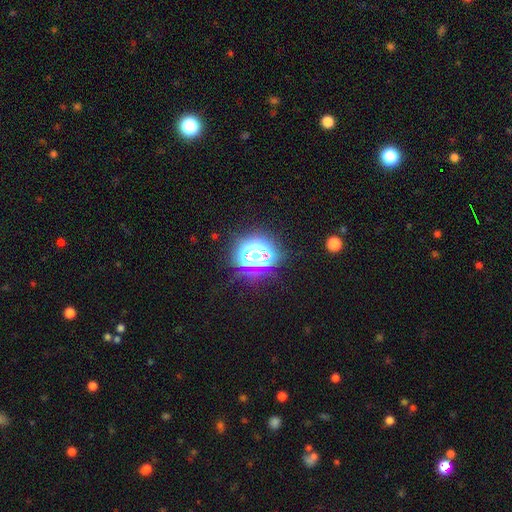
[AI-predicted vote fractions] The model was most divided on "smooth or featured": star or artifact: 51%, smooth: 33%, featured or disk: 16%.